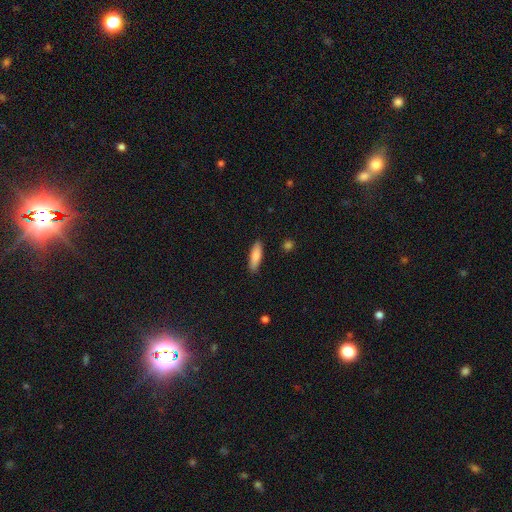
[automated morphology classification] The model was most divided on "how rounded": cigar-shaped: 55%, in between: 44%, round: 2%. More confident: merging — none (88%); smooth or featured — smooth (84%).